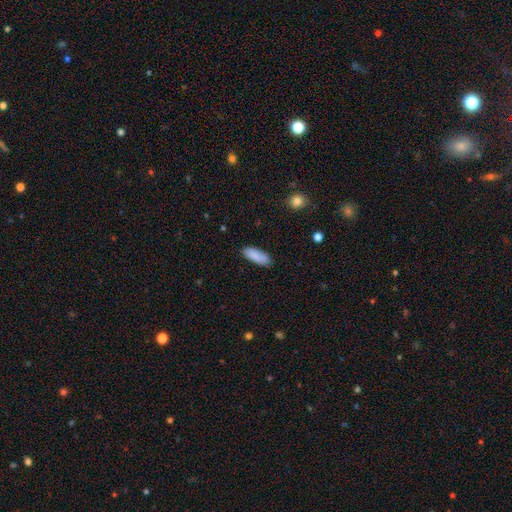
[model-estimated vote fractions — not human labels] This is clearly a smooth galaxy (87%). How rounded: likely in between (72%). Merging: clearly none (83%).